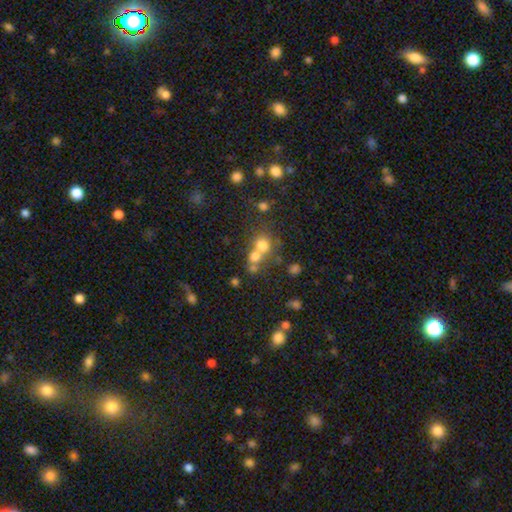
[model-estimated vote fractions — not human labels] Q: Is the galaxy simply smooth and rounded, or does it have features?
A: smooth — 65%.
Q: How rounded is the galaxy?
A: round — 81%.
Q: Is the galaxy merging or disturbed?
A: merger — 51%.